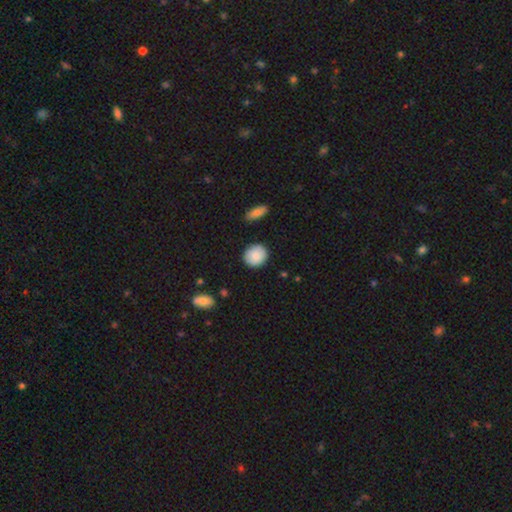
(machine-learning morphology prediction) Overall: smooth (85%). How rounded: round (81%). Merging: none (86%).